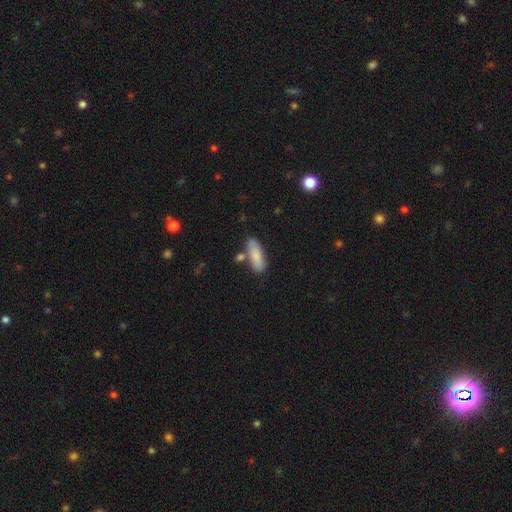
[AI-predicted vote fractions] The model was most divided on "how rounded": in between: 68%, cigar-shaped: 30%, round: 2%. More confident: smooth or featured — smooth (84%); merging — none (66%).